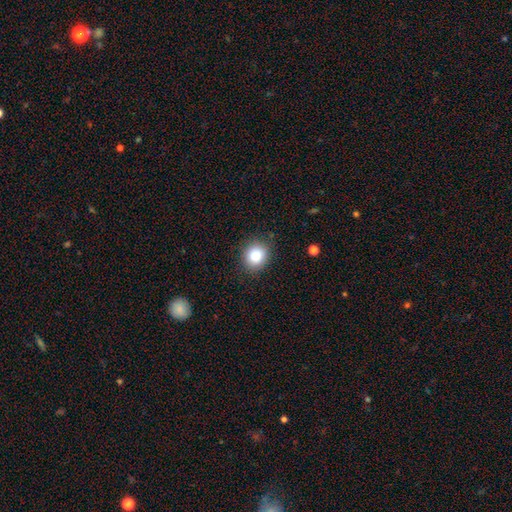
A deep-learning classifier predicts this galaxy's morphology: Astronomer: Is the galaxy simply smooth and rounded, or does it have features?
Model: smooth — 85%.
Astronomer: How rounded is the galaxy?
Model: round — 71%.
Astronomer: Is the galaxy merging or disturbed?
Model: none — 86%.